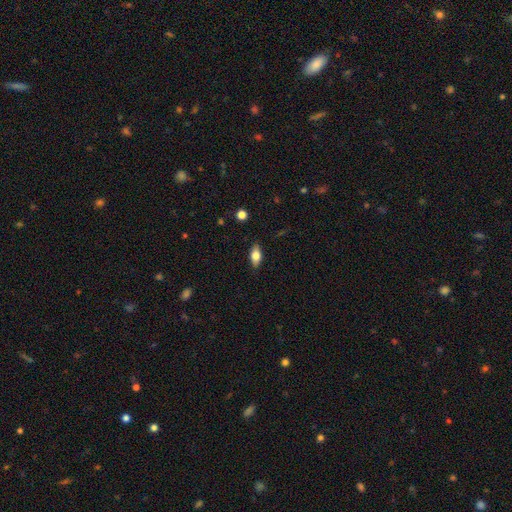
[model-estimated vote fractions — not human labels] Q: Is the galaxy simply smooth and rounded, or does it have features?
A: smooth — 68%.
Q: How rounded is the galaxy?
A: in between — 85%.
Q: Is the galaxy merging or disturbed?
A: none — 86%.